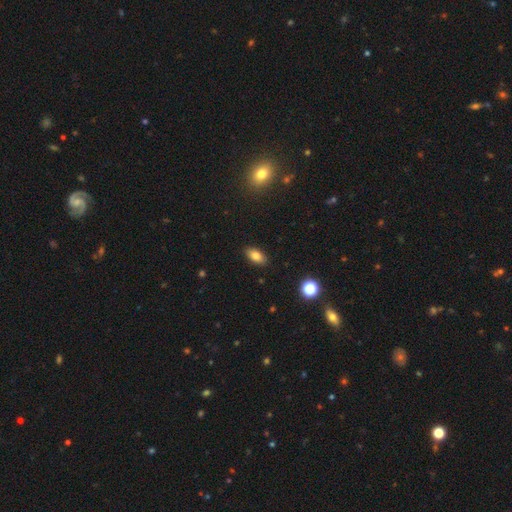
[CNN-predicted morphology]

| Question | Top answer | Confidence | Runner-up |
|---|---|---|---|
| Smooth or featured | smooth | 80% | star or artifact (10%) |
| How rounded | in between | 89% | round (6%) |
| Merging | none | 88% | minor disturbance (8%) |